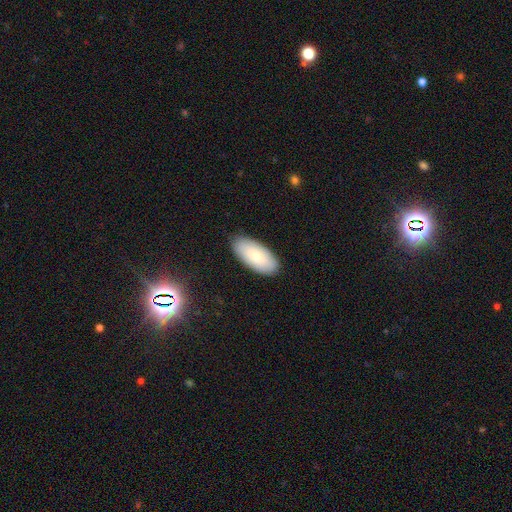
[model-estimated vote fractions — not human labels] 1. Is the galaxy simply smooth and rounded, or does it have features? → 77% smooth, 15% featured or disk, 8% star or artifact.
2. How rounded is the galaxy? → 92% in between, 6% cigar-shaped, 2% round.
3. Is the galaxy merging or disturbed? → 88% none, 9% minor disturbance, 2% major disturbance, 1% merger.